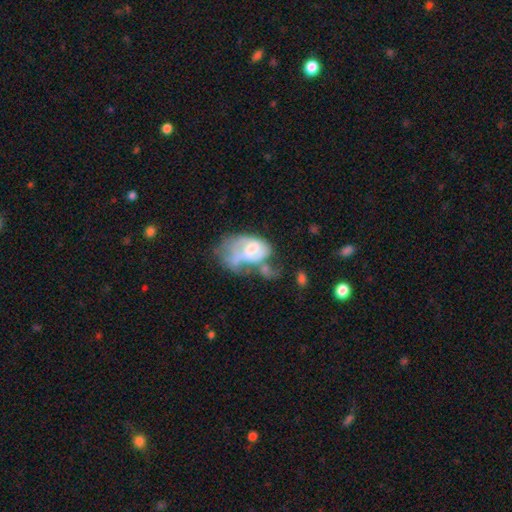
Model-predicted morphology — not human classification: This appears to be a featured or disk galaxy (51%). Merging: major disturbance (41%).